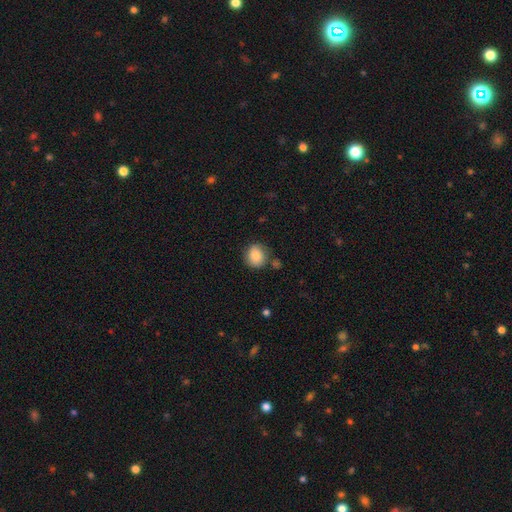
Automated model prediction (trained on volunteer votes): Smooth or featured? smooth (86%)
How rounded? round (81%)
Merging? none (76%)